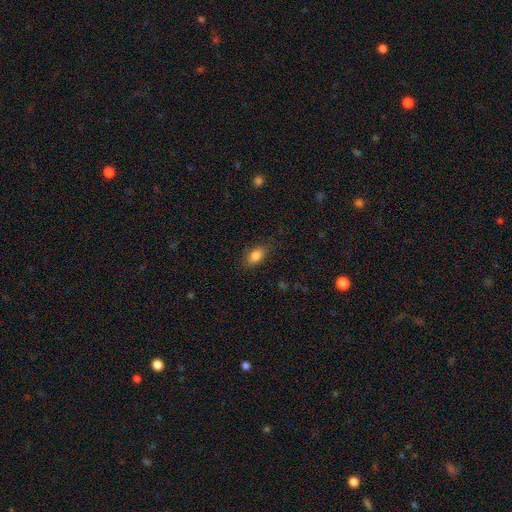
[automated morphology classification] This appears to be a smooth galaxy with no disk features (85%) that is in between round and cigar-shaped (88%). Merging: none (82%).